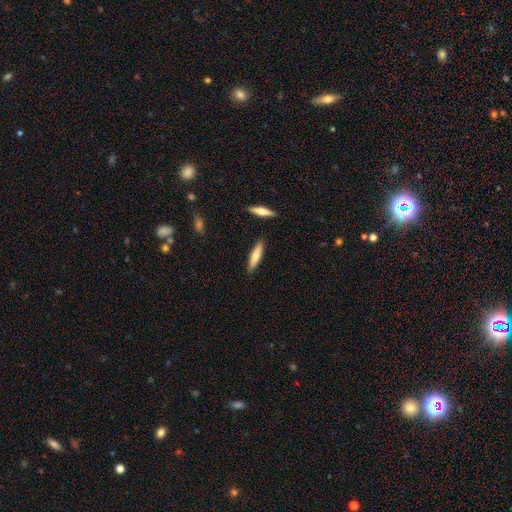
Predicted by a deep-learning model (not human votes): Smooth or featured?
  - smooth: 68% *
  - featured or disk: 26%
  - star or artifact: 6%
How rounded?
  - cigar-shaped: 75% *
  - in between: 24%
  - round: 2%
Merging?
  - none: 86% *
  - minor disturbance: 9%
  - merger: 3%
  - major disturbance: 2%